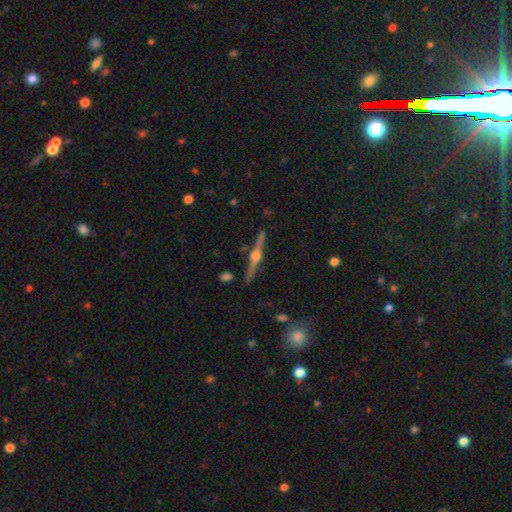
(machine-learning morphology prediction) Q: Smooth or featured?
A: featured or disk (87%); runner-up: smooth (8%)
Q: Edge-on disk?
A: yes (98%); runner-up: no (2%)
Q: Edge-on bulge?
A: rounded (93%); runner-up: boxy (5%)
Q: Merging?
A: none (90%); runner-up: minor disturbance (7%)